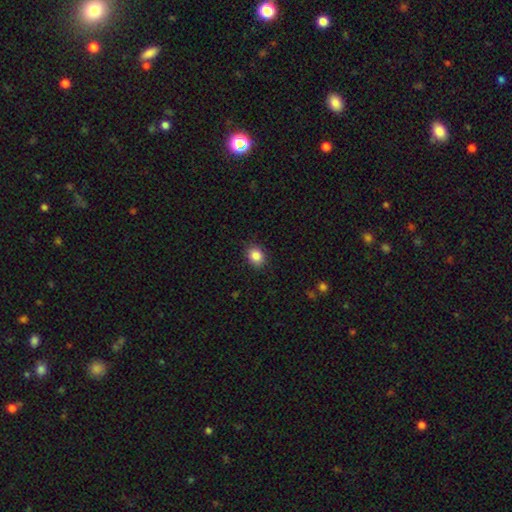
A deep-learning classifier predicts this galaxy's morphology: A smooth galaxy with no disk features (86%) that is round (52%).

Vote fractions:
- Smooth or featured? smooth: 86% / star or artifact: 9% / featured or disk: 5%
- How rounded? round: 52% / in between: 47% / cigar-shaped: 1%
- Merging? none: 87% / minor disturbance: 9% / major disturbance: 2% / merger: 1%